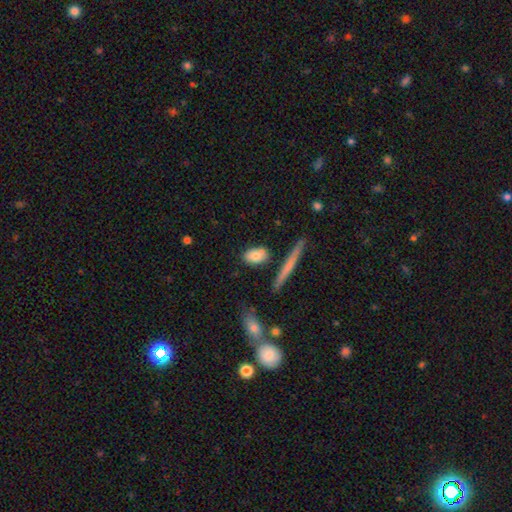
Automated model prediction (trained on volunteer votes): smooth 80%, featured or disk 14%, star or artifact 7%. Down the decision tree: how rounded — in between (83%); merging — none (73%).